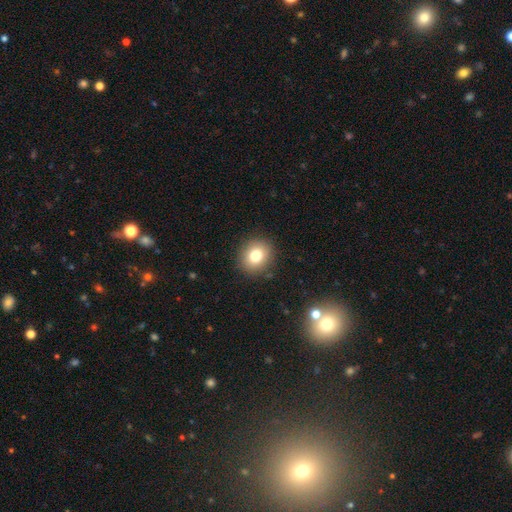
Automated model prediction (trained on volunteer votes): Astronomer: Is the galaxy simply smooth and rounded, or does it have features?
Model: smooth — 78%.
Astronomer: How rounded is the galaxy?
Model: round — 77%.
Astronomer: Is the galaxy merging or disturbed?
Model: none — 89%.